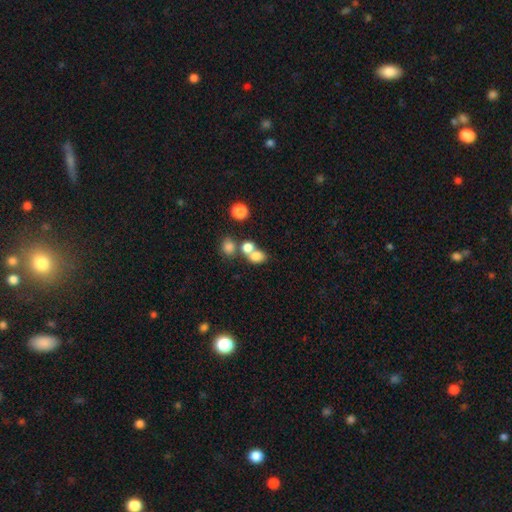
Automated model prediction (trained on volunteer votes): This is likely a smooth galaxy (76%). How rounded: possibly in between (57%). Merging: possibly merger (51%).